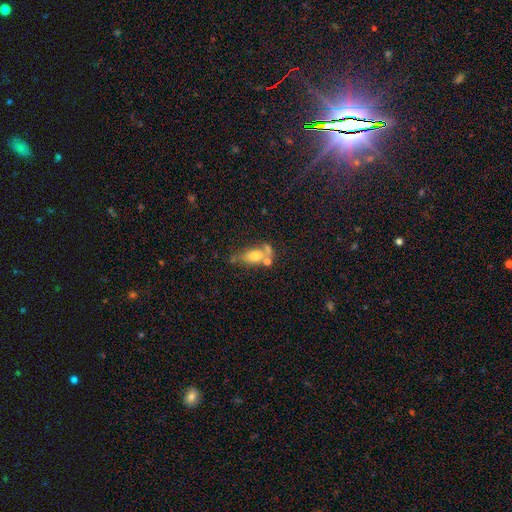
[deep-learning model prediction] Smooth or featured: smooth — 59% (featured or disk — 30%)
How rounded: in between — 72% (round — 18%)
Merging: none — 36% (merger — 35%)